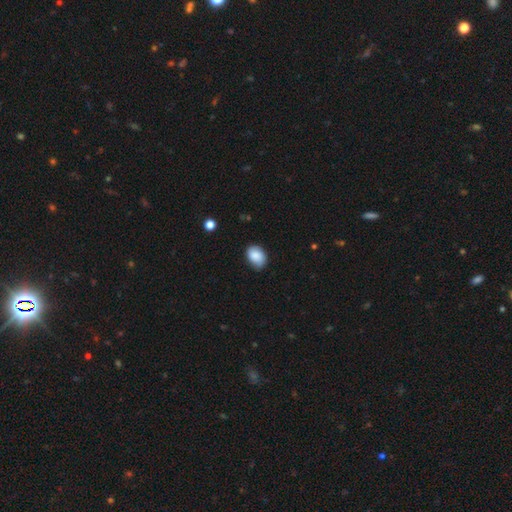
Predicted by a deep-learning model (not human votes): smooth 86%, star or artifact 7%, featured or disk 7%. Down the decision tree: how rounded — in between (73%); merging — none (71%).